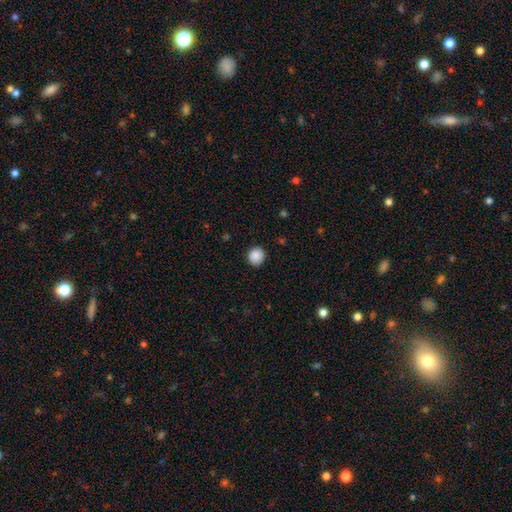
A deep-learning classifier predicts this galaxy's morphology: Smooth or featured?
  - smooth: 89% *
  - star or artifact: 8%
  - featured or disk: 3%
How rounded?
  - round: 90% *
  - in between: 10%
  - cigar-shaped: 1%
Merging?
  - none: 89% *
  - minor disturbance: 8%
  - major disturbance: 2%
  - merger: 1%